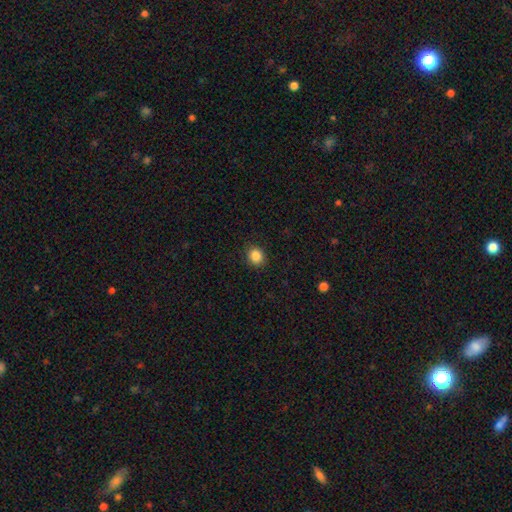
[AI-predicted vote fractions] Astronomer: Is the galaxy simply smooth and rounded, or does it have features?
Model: smooth — 86%.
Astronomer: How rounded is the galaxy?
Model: round — 77%.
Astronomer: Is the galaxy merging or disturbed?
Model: none — 90%.